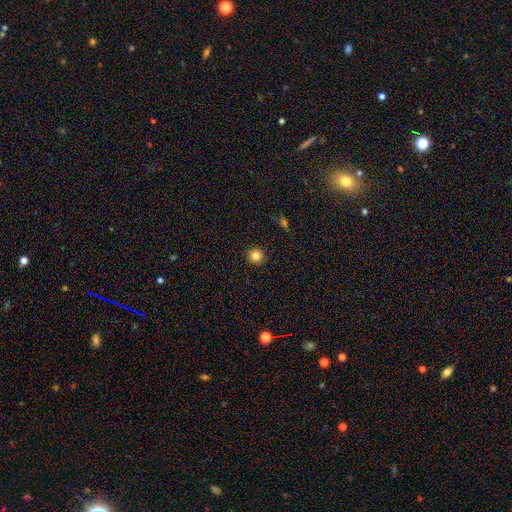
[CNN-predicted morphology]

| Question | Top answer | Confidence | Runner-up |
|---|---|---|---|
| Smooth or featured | smooth | 82% | star or artifact (12%) |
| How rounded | round | 94% | in between (5%) |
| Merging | none | 91% | minor disturbance (6%) |